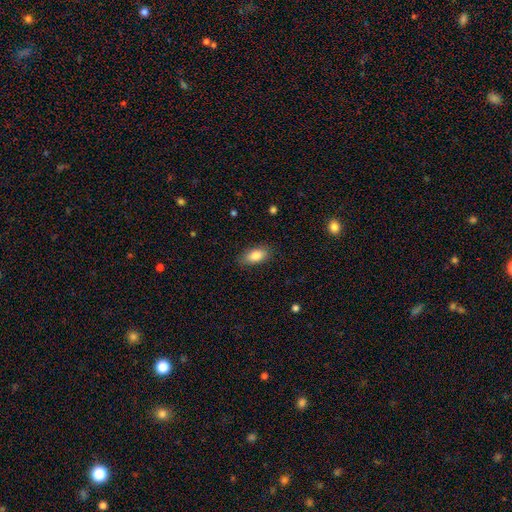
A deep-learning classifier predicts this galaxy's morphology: smooth 86%, featured or disk 7%, star or artifact 7%. Down the decision tree: how rounded — in between (90%); merging — none (84%).